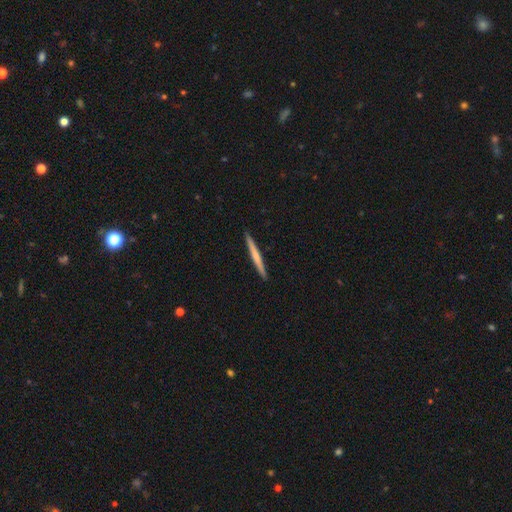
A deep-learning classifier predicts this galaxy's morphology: Overall: smooth (48%; featured or disk 47%). Merging: none (93%).